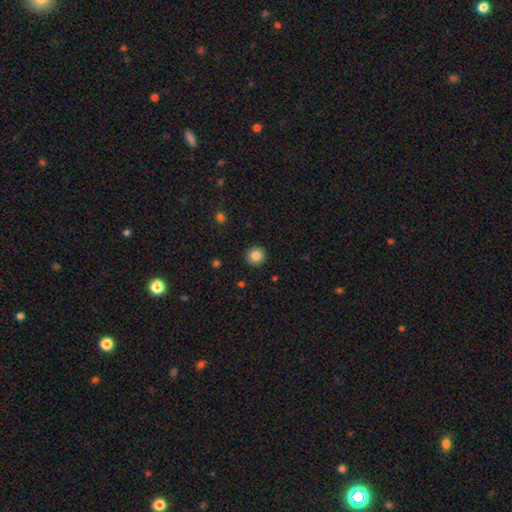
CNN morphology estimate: A smooth galaxy with no disk features (85%) that is round (95%). Merging: none (93%).